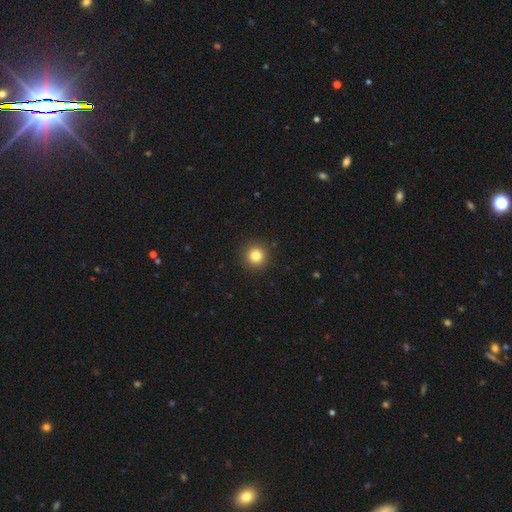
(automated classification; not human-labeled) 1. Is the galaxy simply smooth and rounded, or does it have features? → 82% smooth, 12% star or artifact, 6% featured or disk.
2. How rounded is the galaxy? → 95% round, 4% in between, 1% cigar-shaped.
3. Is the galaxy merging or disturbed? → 92% none, 5% minor disturbance, 2% major disturbance, 1% merger.